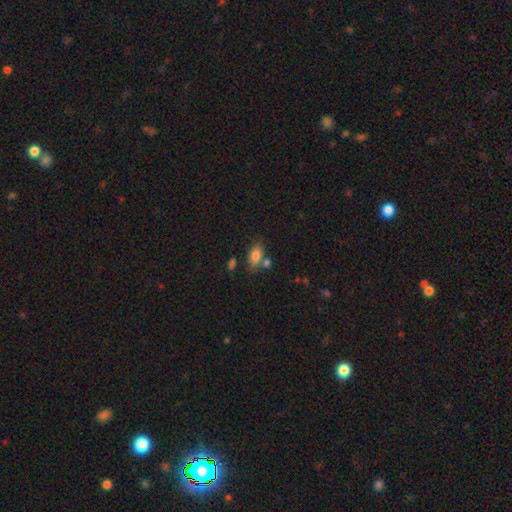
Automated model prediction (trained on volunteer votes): Q: Smooth or featured?
A: smooth (81%); runner-up: featured or disk (11%)
Q: How rounded?
A: in between (89%); runner-up: round (7%)
Q: Merging?
A: none (61%); runner-up: merger (18%)